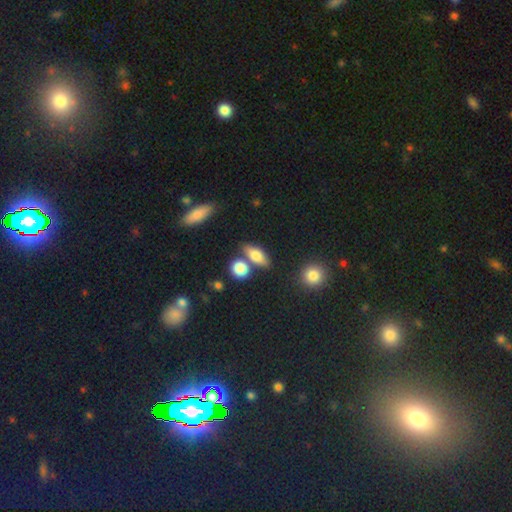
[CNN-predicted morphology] smooth 71%, featured or disk 19%, star or artifact 10%. Down the decision tree: how rounded — in between (66%); merging — none (66%).